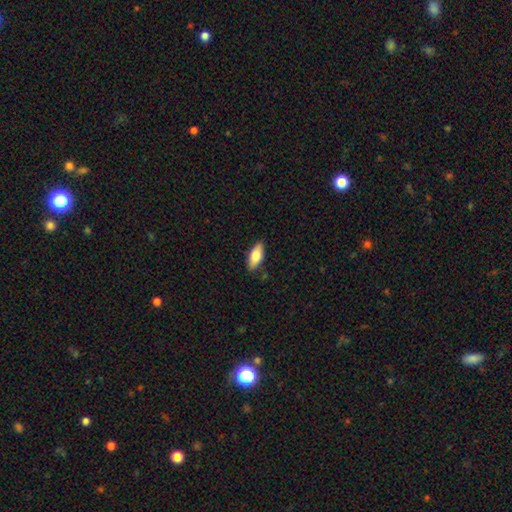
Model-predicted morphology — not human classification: Smooth or featured? Predicted: smooth (p=0.77). How rounded? Predicted: in between (p=0.83). Merging? Predicted: none (p=0.85).